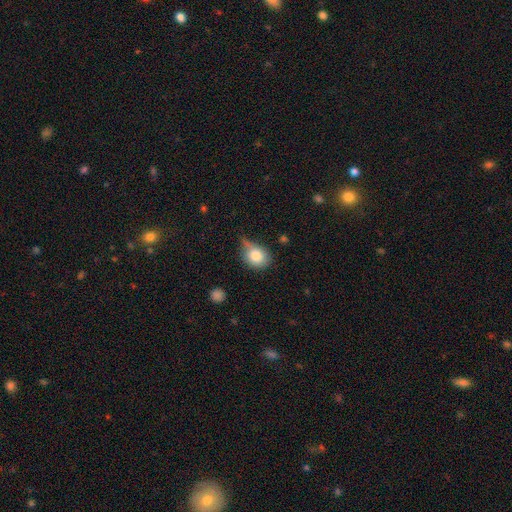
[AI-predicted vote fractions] This appears to be a smooth galaxy with no disk features (79%) that is round (55%). Merging: none (44%).